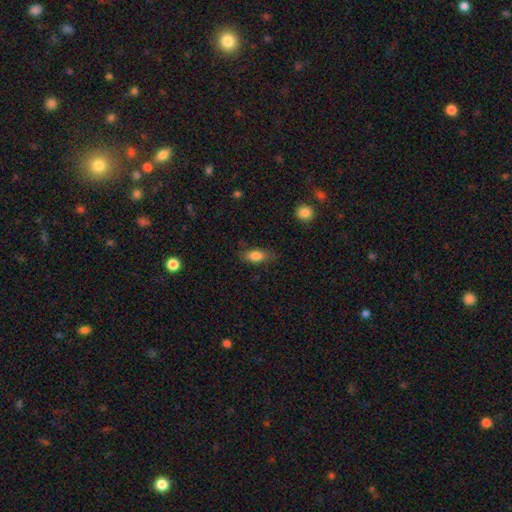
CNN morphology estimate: A smooth galaxy with no disk features (82%) that is in between round and cigar-shaped (84%).

Vote fractions:
- Smooth or featured? smooth: 82% / featured or disk: 10% / star or artifact: 8%
- How rounded? in between: 84% / cigar-shaped: 12% / round: 4%
- Merging? none: 78% / minor disturbance: 16% / major disturbance: 4% / merger: 1%